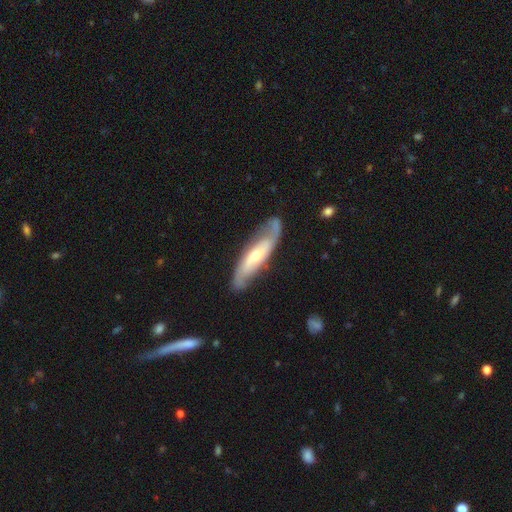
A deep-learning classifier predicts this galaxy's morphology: smooth_or_featured: featured or disk (p=0.74) [alt: smooth p=0.20]
disk_edge_on: no (p=0.79) [alt: yes p=0.21]
bar: no (p=0.46) [alt: weak p=0.35]
has_spiral_arms: yes (p=0.89) [alt: no p=0.11]
spiral_winding: medium (p=0.40) [alt: loose p=0.35]
spiral_arm_count: 2 (p=0.82) [alt: can't tell p=0.12]
bulge_size: moderate (p=0.49) [alt: small p=0.45]
merging: none (p=0.76) [alt: minor disturbance p=0.17]